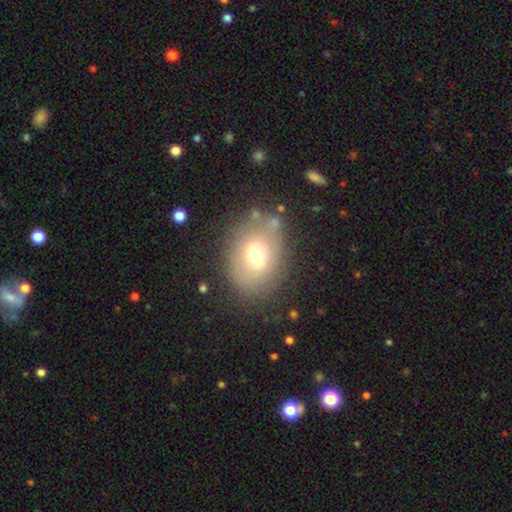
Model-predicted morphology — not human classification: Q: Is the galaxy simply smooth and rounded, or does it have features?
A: smooth — 54%.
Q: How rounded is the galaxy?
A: in between — 64%.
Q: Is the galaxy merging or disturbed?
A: none — 72%.